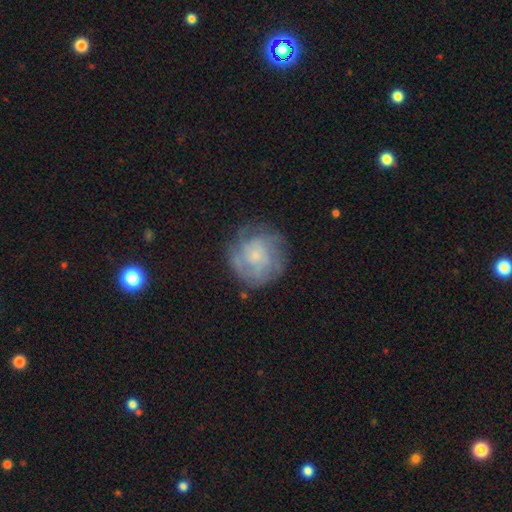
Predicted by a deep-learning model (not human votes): The model was most divided on "smooth or featured": featured or disk: 59%, smooth: 32%, star or artifact: 8%. More confident: edge-on disk — no (98%); spiral arms — yes (81%); bar — no (78%); merging — none (74%); bulge size — small (65%).